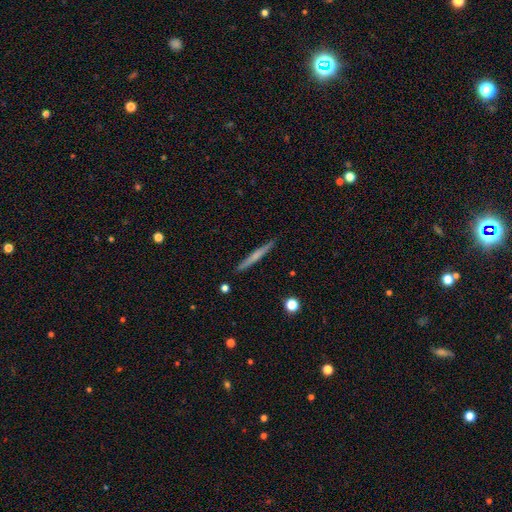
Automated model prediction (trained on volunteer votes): A featured or disk galaxy (47%, tied with smooth).

Vote fractions:
- Smooth or featured? featured or disk: 47% (tied) / smooth: 47% (tied) / star or artifact: 6%
- Merging? none: 91% / minor disturbance: 7% / merger: 1% / major disturbance: 1%